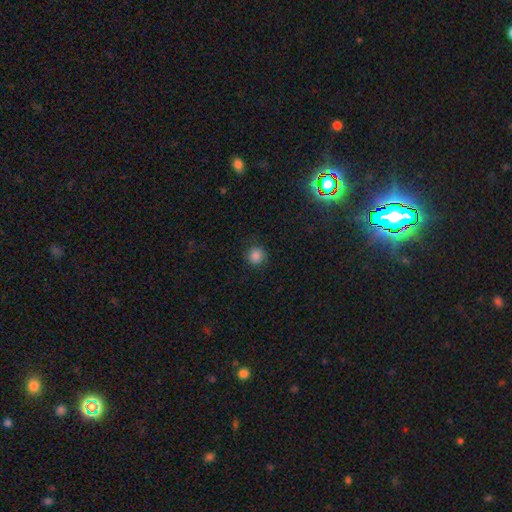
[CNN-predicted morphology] Smooth or featured: smooth — 84% (star or artifact — 12%)
How rounded: round — 91% (in between — 8%)
Merging: none — 83% (minor disturbance — 12%)